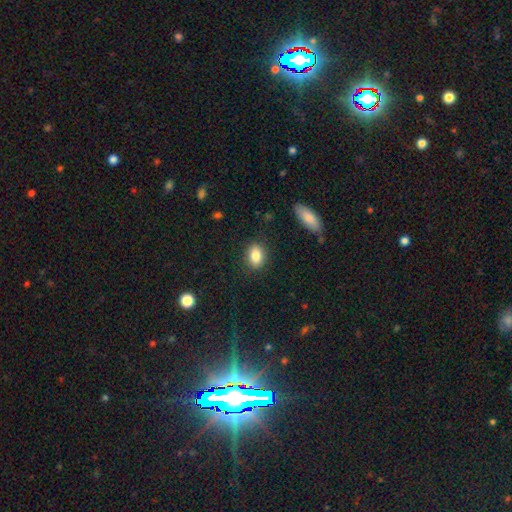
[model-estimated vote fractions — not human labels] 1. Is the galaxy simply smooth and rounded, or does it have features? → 84% smooth, 8% star or artifact, 7% featured or disk.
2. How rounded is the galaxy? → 78% in between, 19% round, 2% cigar-shaped.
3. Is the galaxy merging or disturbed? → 87% none, 9% minor disturbance, 3% major disturbance, 2% merger.